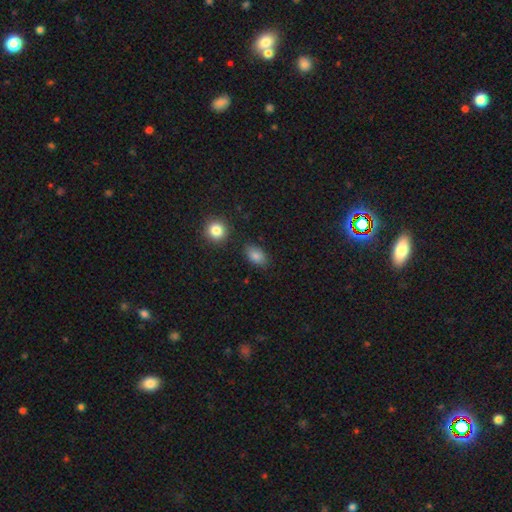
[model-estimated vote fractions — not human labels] smooth_or_featured: smooth (p=0.84) [alt: star or artifact p=0.09]
how_rounded: in between (p=0.88) [alt: round p=0.10]
merging: none (p=0.81) [alt: minor disturbance p=0.12]